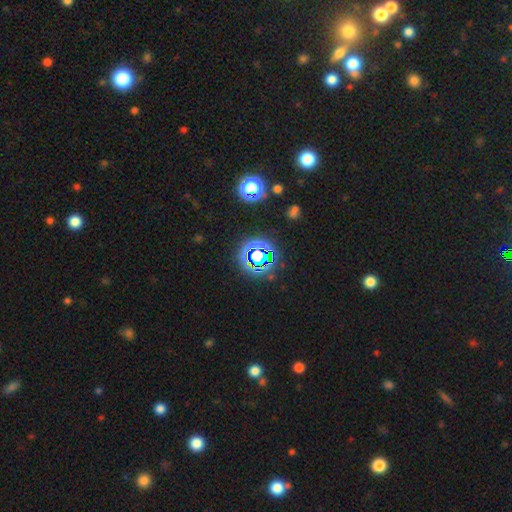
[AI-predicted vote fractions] The model was most divided on "smooth or featured": star or artifact: 65%, smooth: 23%, featured or disk: 13%.